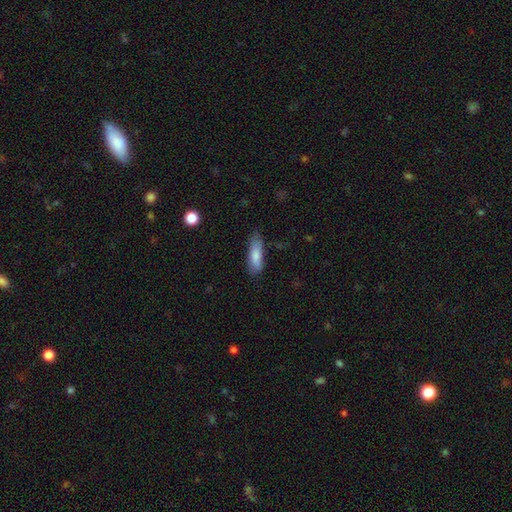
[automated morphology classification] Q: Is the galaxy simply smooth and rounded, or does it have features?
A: smooth — 82%.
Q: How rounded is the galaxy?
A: in between — 54%.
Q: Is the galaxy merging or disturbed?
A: none — 72%.